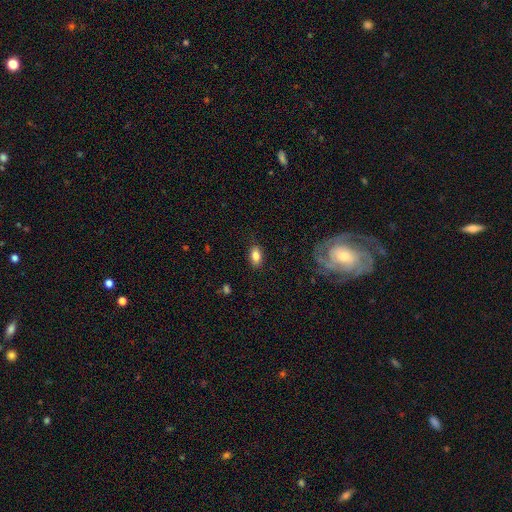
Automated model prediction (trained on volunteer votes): smooth 82%, featured or disk 9%, star or artifact 8%. Down the decision tree: how rounded — in between (89%); merging — none (85%).